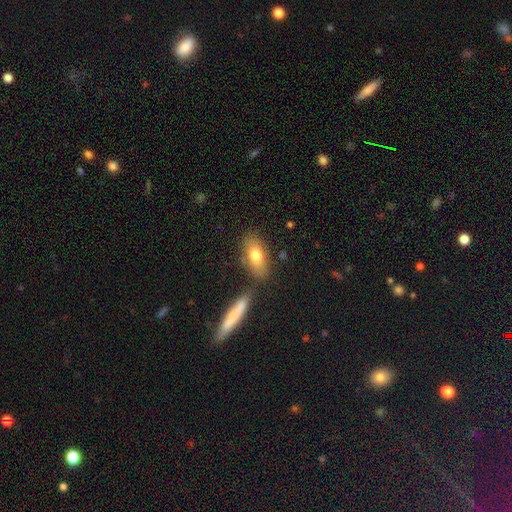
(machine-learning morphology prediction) Q: Smooth or featured?
A: smooth (74%); runner-up: featured or disk (19%)
Q: How rounded?
A: in between (82%); runner-up: cigar-shaped (13%)
Q: Merging?
A: none (69%); runner-up: minor disturbance (14%)